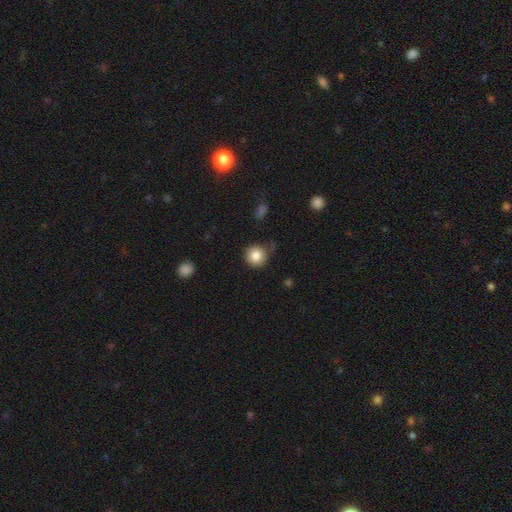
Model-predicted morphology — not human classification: This appears to be a smooth galaxy with no disk features (84%) that is round (93%). Merging: none (75%).